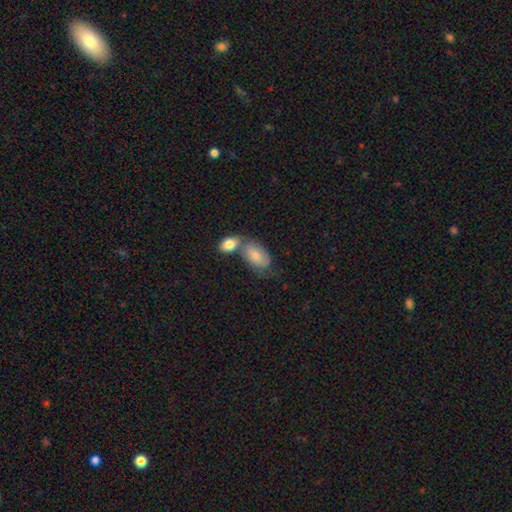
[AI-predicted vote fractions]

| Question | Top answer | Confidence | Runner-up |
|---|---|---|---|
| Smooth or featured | smooth | 73% | featured or disk (21%) |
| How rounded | in between | 93% | round (5%) |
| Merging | merger | 46% | none (32%) |